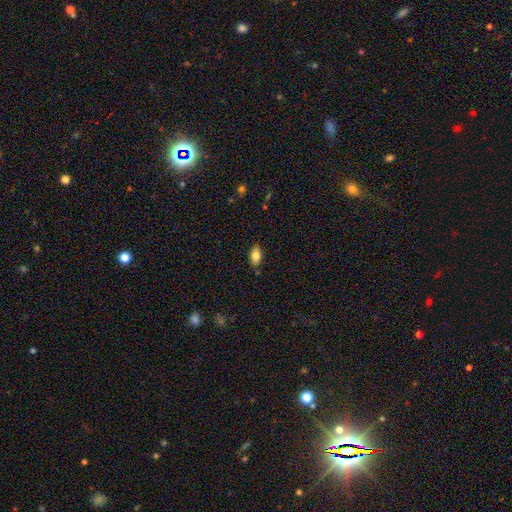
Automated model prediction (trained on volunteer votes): smooth-or-featured: smooth: 81% | featured or disk: 11% | star or artifact: 8%
  how-rounded: in between: 90% | cigar-shaped: 5% | round: 5%
  merging: none: 82% | minor disturbance: 13% | major disturbance: 2% | merger: 2%